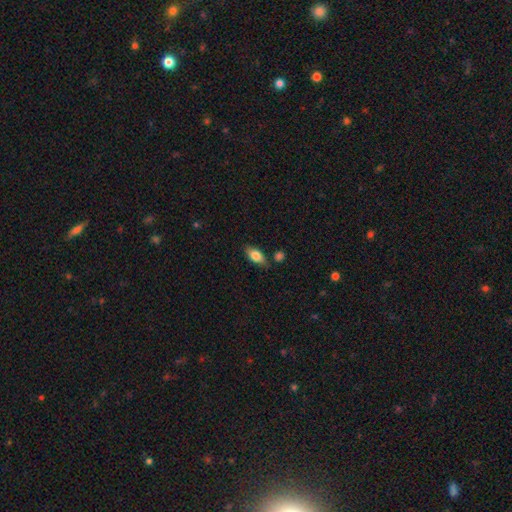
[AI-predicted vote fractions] smooth_or_featured: smooth (p=0.77) [alt: featured or disk p=0.16]
how_rounded: in between (p=0.87) [alt: cigar-shaped p=0.09]
merging: none (p=0.75) [alt: minor disturbance p=0.16]